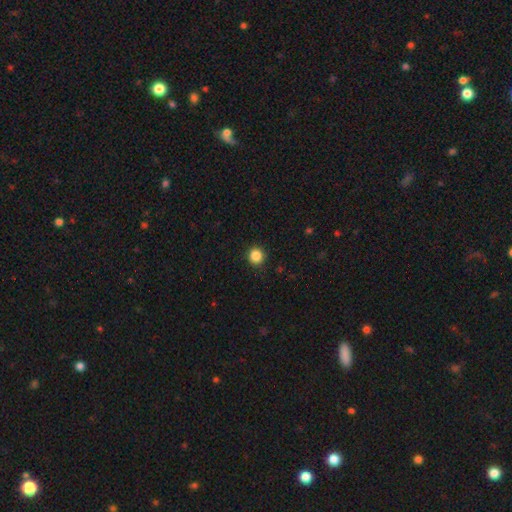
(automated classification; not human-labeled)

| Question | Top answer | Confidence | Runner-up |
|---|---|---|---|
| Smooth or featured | smooth | 87% | star or artifact (10%) |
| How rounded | round | 92% | in between (7%) |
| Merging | none | 91% | minor disturbance (6%) |